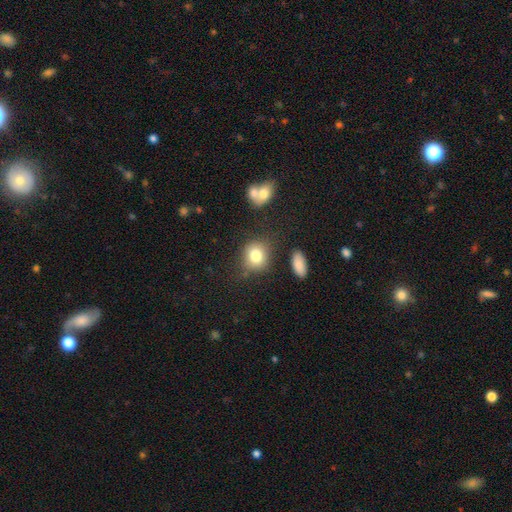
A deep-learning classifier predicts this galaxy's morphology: This is clearly a smooth galaxy (81%). How rounded: likely round (70%). Merging: likely none (74%).